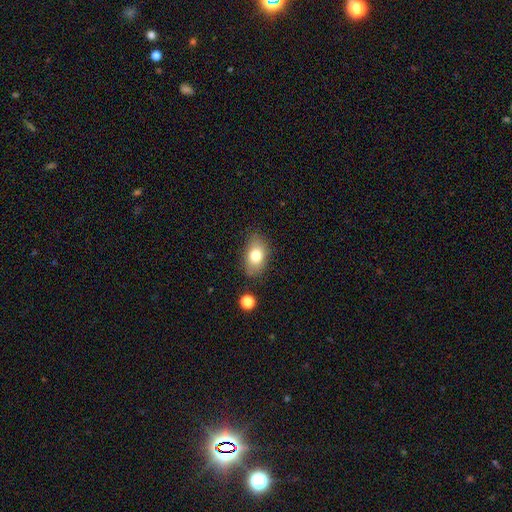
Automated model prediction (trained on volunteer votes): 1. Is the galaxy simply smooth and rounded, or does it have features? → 78% smooth, 13% featured or disk, 9% star or artifact.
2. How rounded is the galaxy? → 86% in between, 12% round, 2% cigar-shaped.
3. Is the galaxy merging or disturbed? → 79% none, 15% minor disturbance, 4% major disturbance, 3% merger.